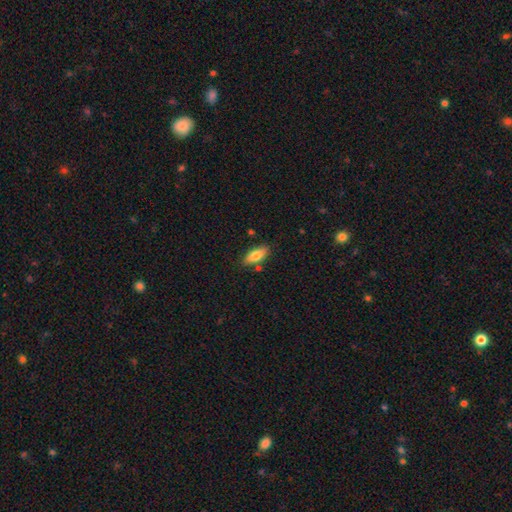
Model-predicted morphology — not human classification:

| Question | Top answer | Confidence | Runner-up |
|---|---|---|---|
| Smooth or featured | smooth | 80% | featured or disk (13%) |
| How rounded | in between | 81% | cigar-shaped (16%) |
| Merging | none | 80% | minor disturbance (13%) |